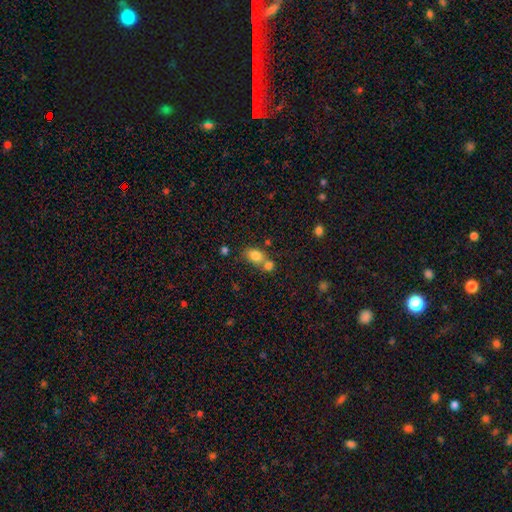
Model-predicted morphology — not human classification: smooth 81%, star or artifact 10%, featured or disk 9%. Down the decision tree: how rounded — in between (76%); merging — merger (44%).